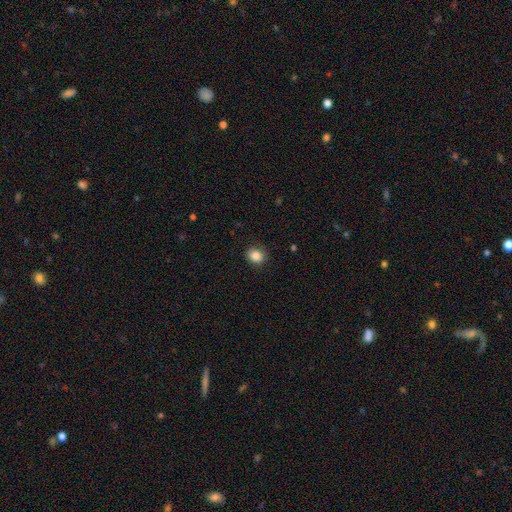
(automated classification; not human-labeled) A smooth galaxy with no disk features (86%) that is round (72%).

Vote fractions:
- Smooth or featured? smooth: 86% / star or artifact: 10% / featured or disk: 4%
- How rounded? round: 72% / in between: 27% / cigar-shaped: 1%
- Merging? none: 86% / minor disturbance: 10% / major disturbance: 3% / merger: 1%